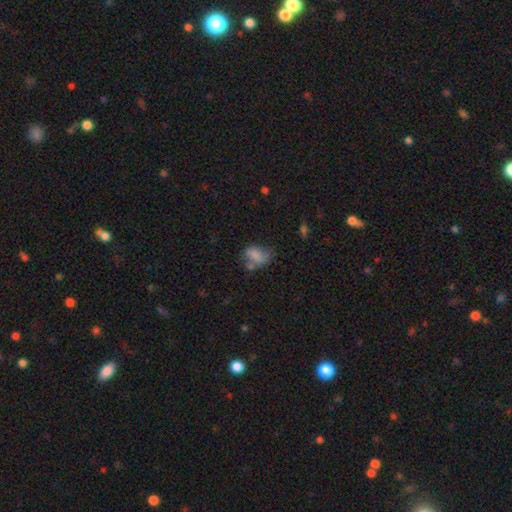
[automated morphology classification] A smooth galaxy with no disk features (74%) that is in between round and cigar-shaped (82%). Merging: none (37%).